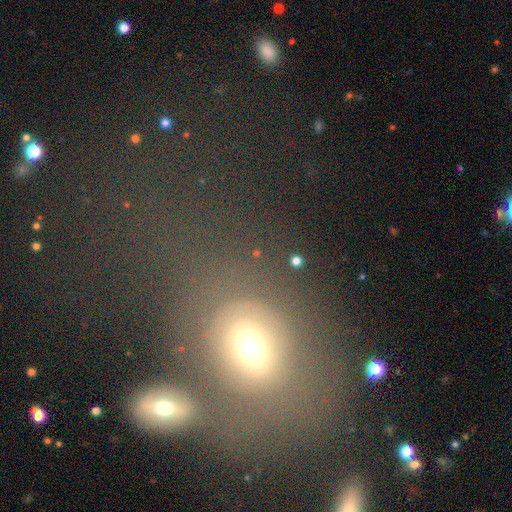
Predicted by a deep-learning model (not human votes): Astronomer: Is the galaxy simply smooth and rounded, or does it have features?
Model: smooth — 57%.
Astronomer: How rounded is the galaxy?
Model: in between — 61%.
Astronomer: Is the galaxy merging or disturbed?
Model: none — 50%.